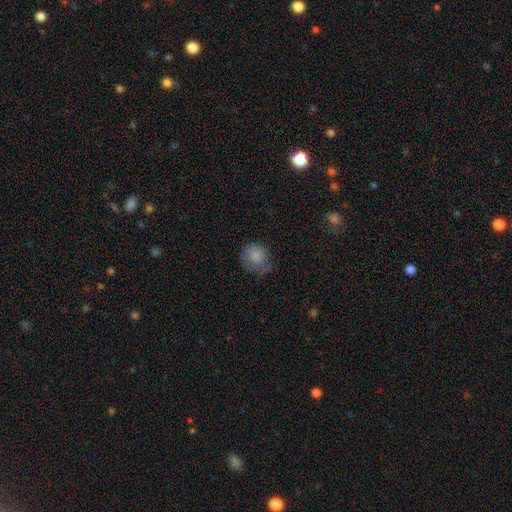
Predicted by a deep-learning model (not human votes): Q: Smooth or featured?
A: smooth (82%); runner-up: star or artifact (9%)
Q: How rounded?
A: round (84%); runner-up: in between (15%)
Q: Merging?
A: none (60%); runner-up: minor disturbance (27%)